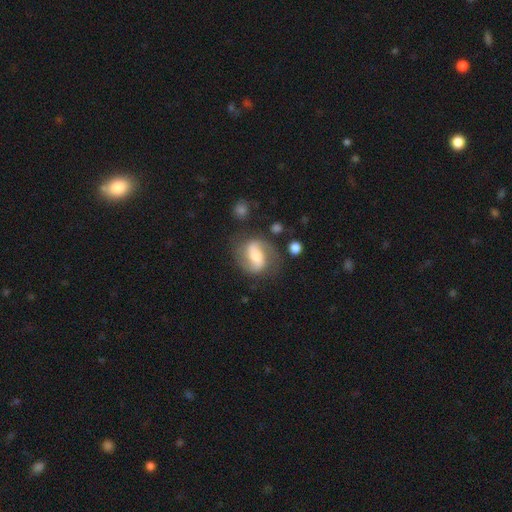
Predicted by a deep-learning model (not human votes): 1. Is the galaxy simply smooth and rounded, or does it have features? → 73% featured or disk, 20% smooth, 6% star or artifact.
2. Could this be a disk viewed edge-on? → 96% no, 4% yes.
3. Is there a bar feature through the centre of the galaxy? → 48% strong, 32% weak, 20% no.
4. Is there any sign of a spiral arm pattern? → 90% yes, 10% no.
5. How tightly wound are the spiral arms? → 42% medium, 41% loose, 18% tight.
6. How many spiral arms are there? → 90% 2, 5% can't tell, 3% 1, 1% 3, 1% 4, 1% more than 4.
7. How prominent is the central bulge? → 53% moderate, 29% small, 12% large, 3% none, 2% dominant.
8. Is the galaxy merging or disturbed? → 73% none, 16% minor disturbance, 8% major disturbance, 4% merger.